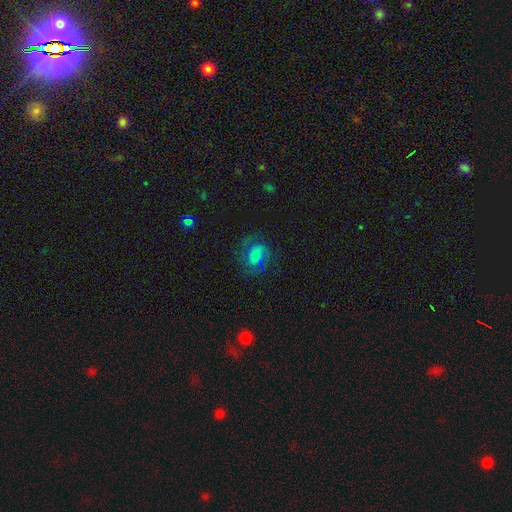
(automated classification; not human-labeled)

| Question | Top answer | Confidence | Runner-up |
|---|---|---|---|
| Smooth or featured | smooth | 47% | featured or disk (39%) |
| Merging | none | 54% | minor disturbance (22%) |